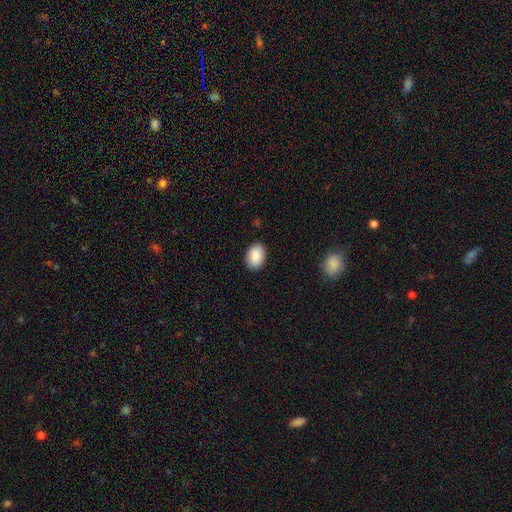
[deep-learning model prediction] The model was most divided on "how rounded": in between: 84%, round: 15%, cigar-shaped: 1%. More confident: smooth or featured — smooth (90%); merging — none (88%).